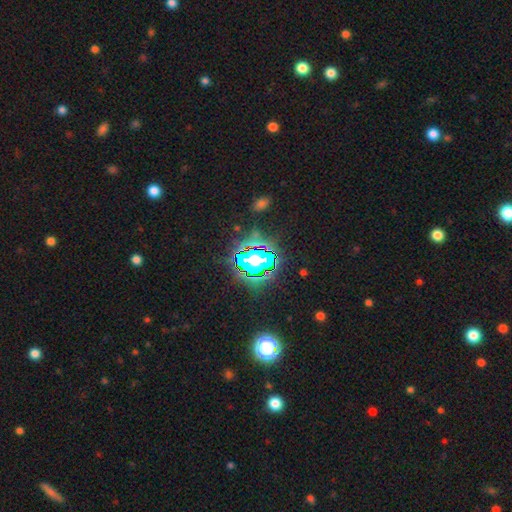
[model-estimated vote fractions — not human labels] Overall: star or artifact (80%).